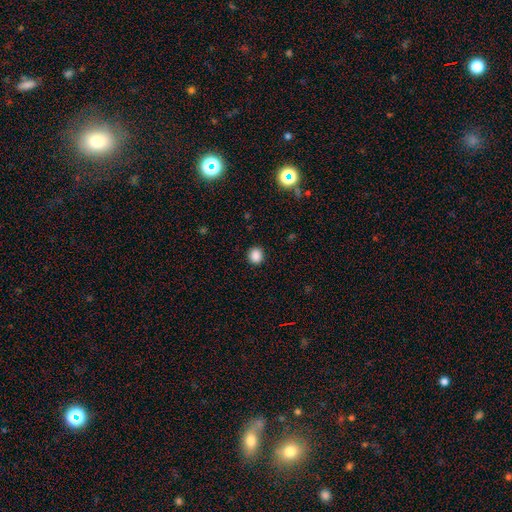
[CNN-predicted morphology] This appears to be a smooth galaxy with no disk features (87%) that is round (84%). Merging: none (90%).